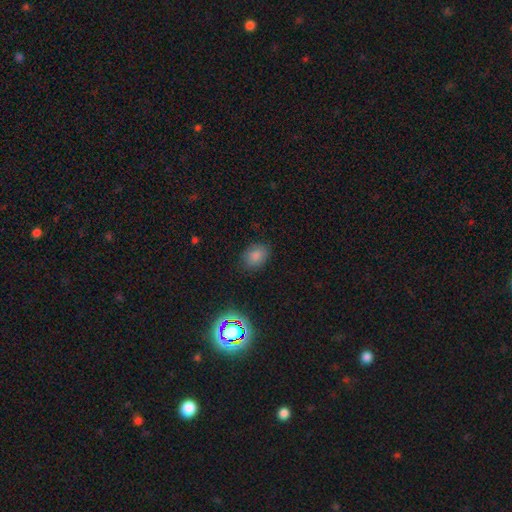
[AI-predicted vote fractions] This appears to be a smooth galaxy with no disk features (80%) that is in between round and cigar-shaped (61%). Merging: none (83%).